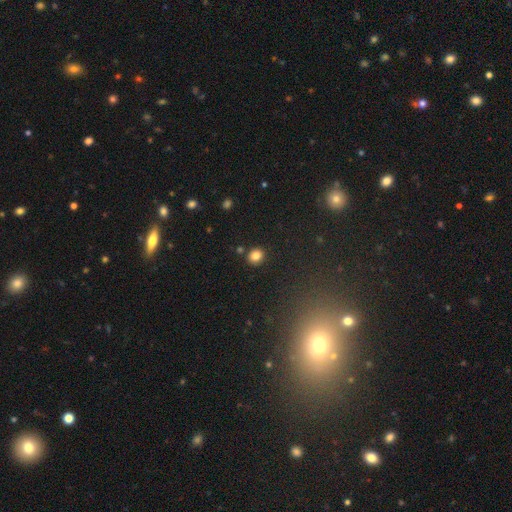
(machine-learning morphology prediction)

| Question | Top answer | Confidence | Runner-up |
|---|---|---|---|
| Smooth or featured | smooth | 83% | star or artifact (12%) |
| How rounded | round | 68% | in between (31%) |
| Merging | none | 87% | minor disturbance (8%) |